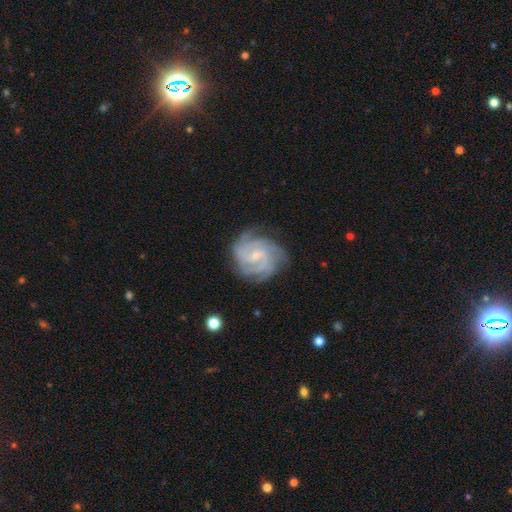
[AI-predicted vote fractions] featured or disk 89%, smooth 6%, star or artifact 5%. Down the decision tree: edge-on disk — no (98%); bar — weak (54%); spiral arms — yes (98%); spiral arm count — 3 (39%); spiral winding — tight (60%); bulge size — small (64%); merging — none (76%).